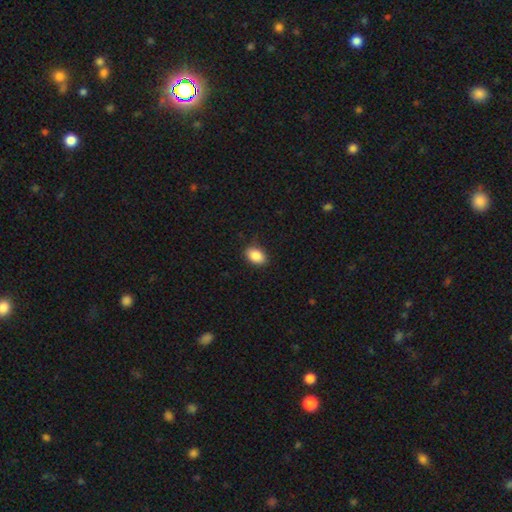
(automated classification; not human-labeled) This appears to be a smooth galaxy with no disk features (88%) that is in between round and cigar-shaped (85%). Merging: none (85%).